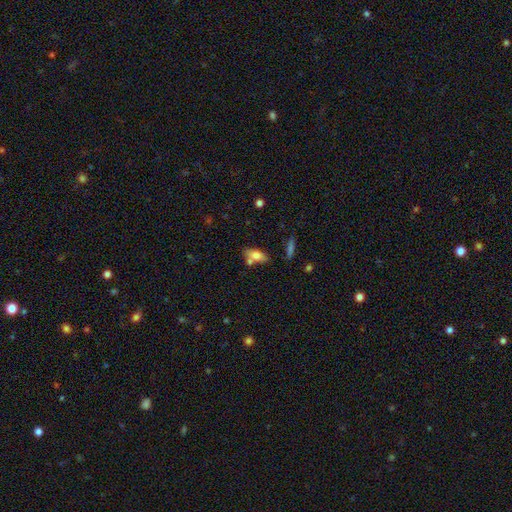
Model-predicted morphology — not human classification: This is likely a smooth galaxy (74%). How rounded: clearly in between (81%). Merging: possibly none (58%).